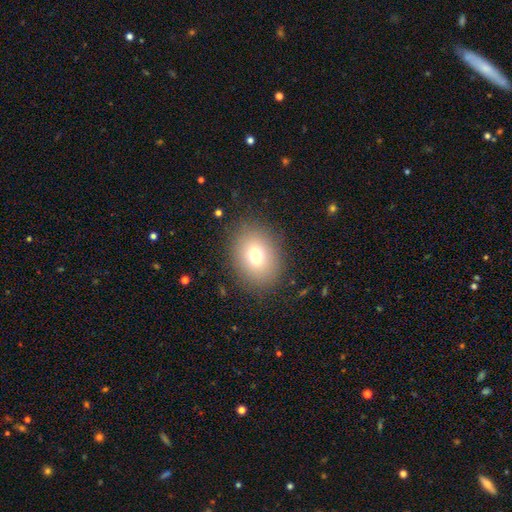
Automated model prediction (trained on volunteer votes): Smooth or featured?
  - smooth: 74% *
  - featured or disk: 14%
  - star or artifact: 13%
How rounded?
  - in between: 59% *
  - round: 40%
  - cigar-shaped: 1%
Merging?
  - none: 84% *
  - minor disturbance: 10%
  - major disturbance: 5%
  - merger: 1%